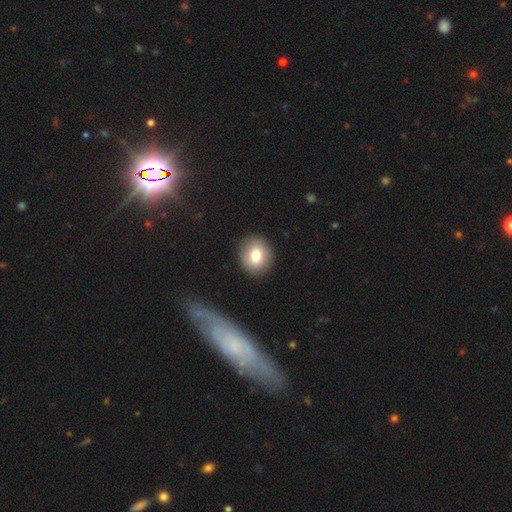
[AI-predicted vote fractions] smooth-or-featured: smooth: 78% | featured or disk: 13% | star or artifact: 9%
  how-rounded: round: 75% | in between: 24% | cigar-shaped: 1%
  merging: none: 88% | minor disturbance: 8% | major disturbance: 2% | merger: 2%